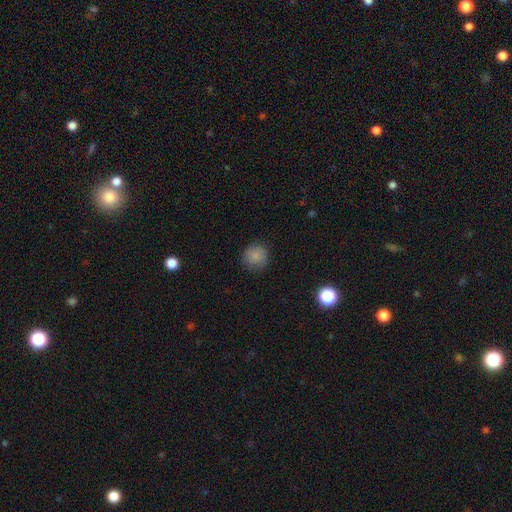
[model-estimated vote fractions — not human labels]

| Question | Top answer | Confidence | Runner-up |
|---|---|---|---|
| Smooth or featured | smooth | 85% | star or artifact (10%) |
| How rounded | round | 92% | in between (7%) |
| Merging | none | 85% | minor disturbance (11%) |